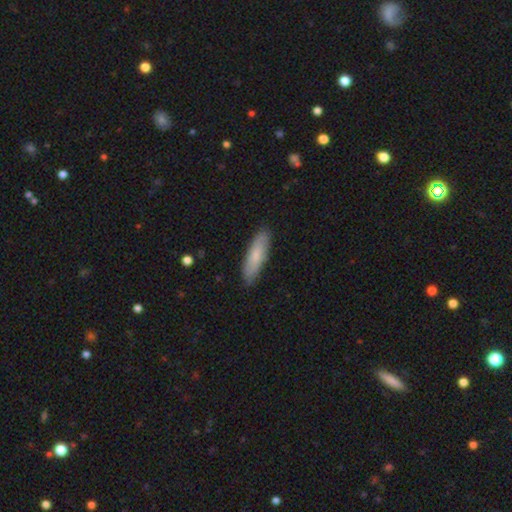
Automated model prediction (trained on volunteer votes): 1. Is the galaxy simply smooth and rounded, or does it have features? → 76% smooth, 18% featured or disk, 5% star or artifact.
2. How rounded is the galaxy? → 58% cigar-shaped, 41% in between, 2% round.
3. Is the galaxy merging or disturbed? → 87% none, 11% minor disturbance, 2% major disturbance, 1% merger.